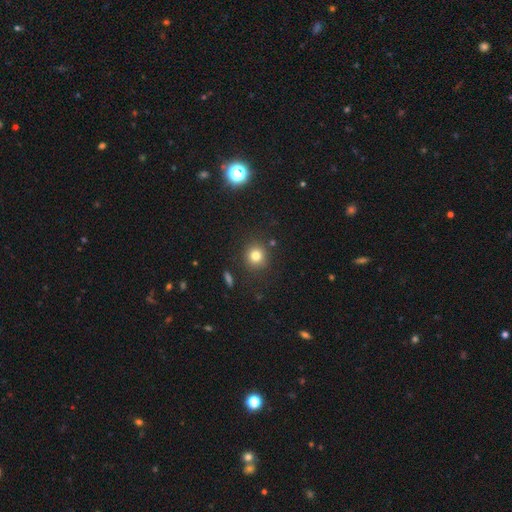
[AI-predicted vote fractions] A smooth galaxy with no disk features (79%) that is round (90%). Merging: none (86%).